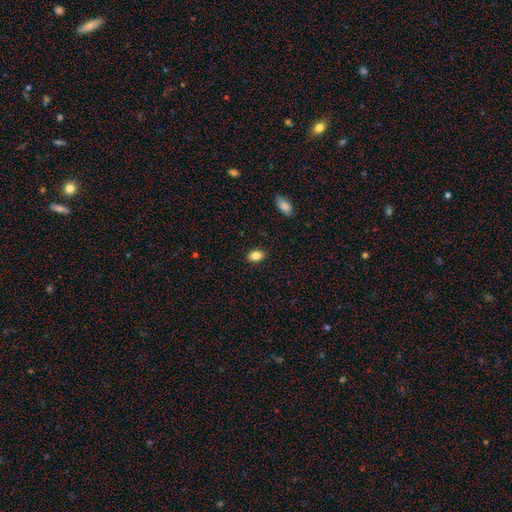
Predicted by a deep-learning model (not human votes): A smooth galaxy with no disk features (85%) that is in between round and cigar-shaped (83%).

Vote fractions:
- Smooth or featured? smooth: 85% / star or artifact: 9% / featured or disk: 6%
- How rounded? in between: 83% / round: 16% / cigar-shaped: 1%
- Merging? none: 89% / minor disturbance: 8% / major disturbance: 2% / merger: 1%